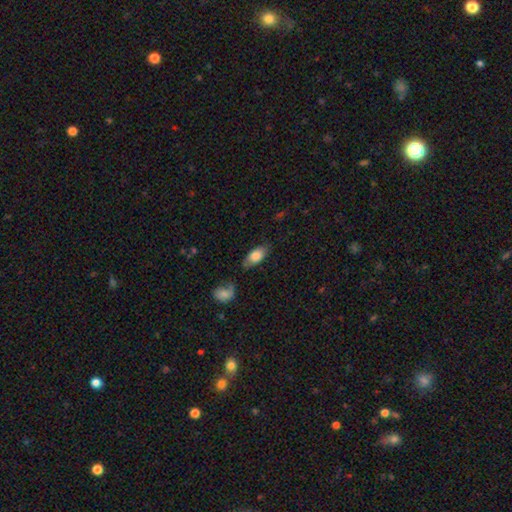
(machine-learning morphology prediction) A smooth galaxy with no disk features (79%) that is in between round and cigar-shaped (90%). Merging: none (68%).